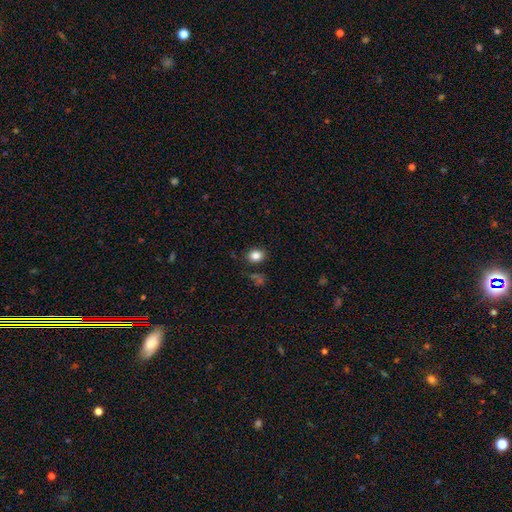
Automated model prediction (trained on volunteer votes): The model was most divided on "how rounded": round: 57%, in between: 42%, cigar-shaped: 1%. More confident: merging — none (84%); smooth or featured — smooth (83%).